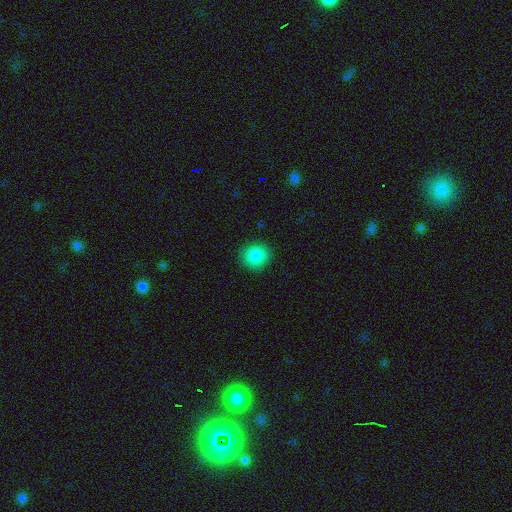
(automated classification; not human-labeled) Smooth or featured?
  - smooth: 86% *
  - star or artifact: 10%
  - featured or disk: 4%
How rounded?
  - round: 87% *
  - in between: 12%
  - cigar-shaped: 1%
Merging?
  - none: 90% *
  - minor disturbance: 7%
  - major disturbance: 2%
  - merger: 1%